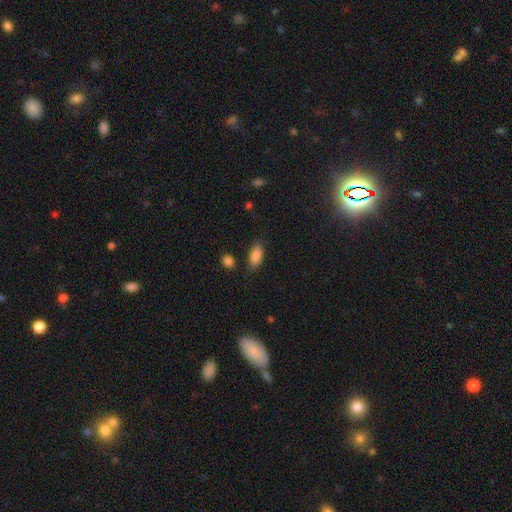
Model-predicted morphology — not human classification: A smooth galaxy with no disk features (85%) that is in between round and cigar-shaped (88%).

Vote fractions:
- Smooth or featured? smooth: 85% / star or artifact: 8% / featured or disk: 7%
- How rounded? in between: 88% / cigar-shaped: 9% / round: 3%
- Merging? none: 78% / minor disturbance: 15% / major disturbance: 4% / merger: 3%